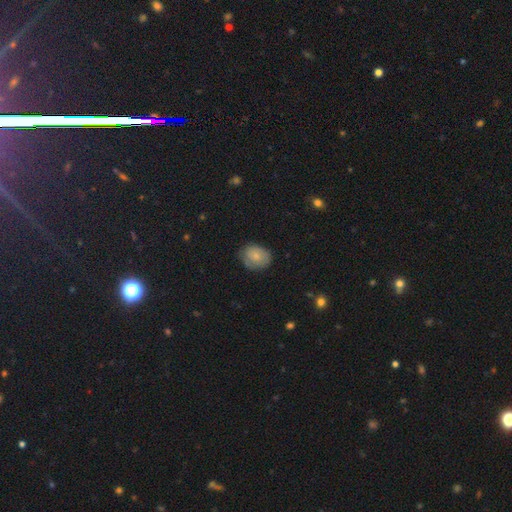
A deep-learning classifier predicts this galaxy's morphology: Q: Smooth or featured?
A: smooth (75%); runner-up: featured or disk (18%)
Q: How rounded?
A: in between (55%); runner-up: round (45%)
Q: Merging?
A: none (71%); runner-up: minor disturbance (23%)